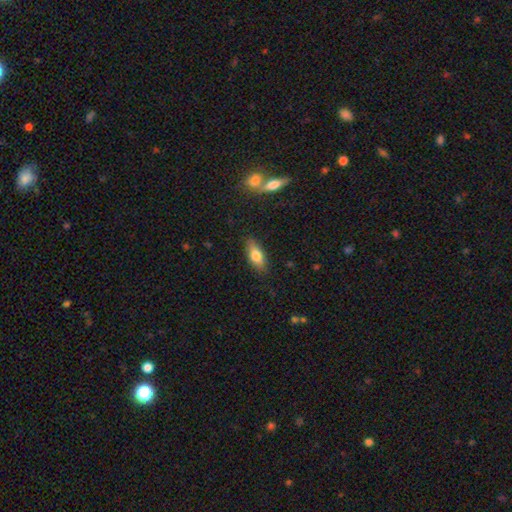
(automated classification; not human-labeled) Smooth or featured: smooth — 74% (featured or disk — 19%)
How rounded: in between — 75% (cigar-shaped — 22%)
Merging: none — 84% (minor disturbance — 12%)